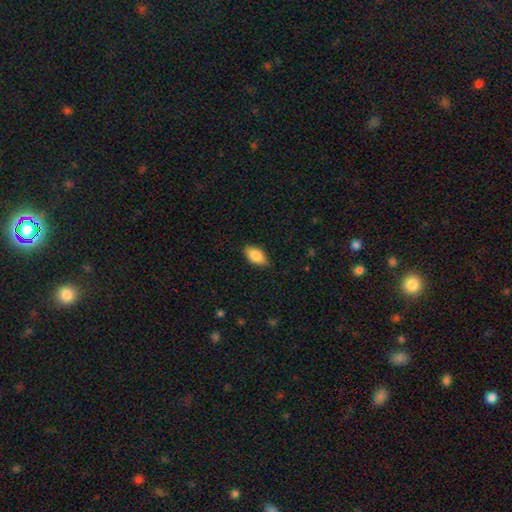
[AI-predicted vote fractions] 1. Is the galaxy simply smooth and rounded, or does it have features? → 83% smooth, 11% featured or disk, 7% star or artifact.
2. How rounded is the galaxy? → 90% in between, 6% cigar-shaped, 4% round.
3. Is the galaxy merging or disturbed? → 85% none, 12% minor disturbance, 2% major disturbance, 1% merger.